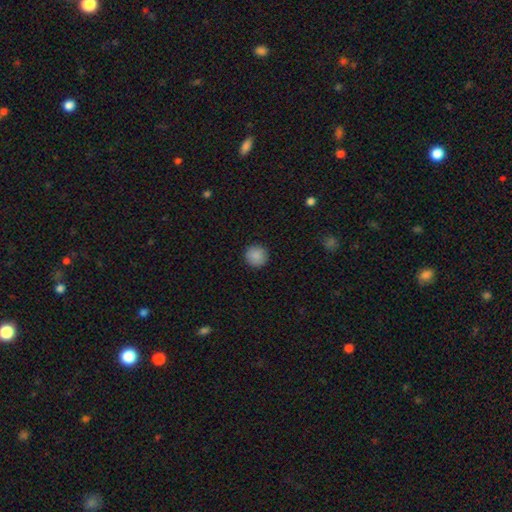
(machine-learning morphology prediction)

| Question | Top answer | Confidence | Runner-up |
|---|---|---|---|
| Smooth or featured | smooth | 88% | star or artifact (8%) |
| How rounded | round | 94% | in between (5%) |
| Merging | none | 92% | minor disturbance (5%) |